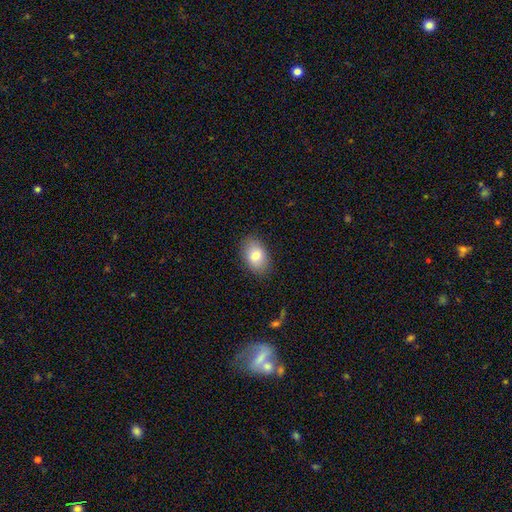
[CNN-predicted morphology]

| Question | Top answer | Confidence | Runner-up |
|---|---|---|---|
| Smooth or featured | smooth | 81% | featured or disk (11%) |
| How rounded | in between | 88% | round (11%) |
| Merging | none | 87% | minor disturbance (10%) |